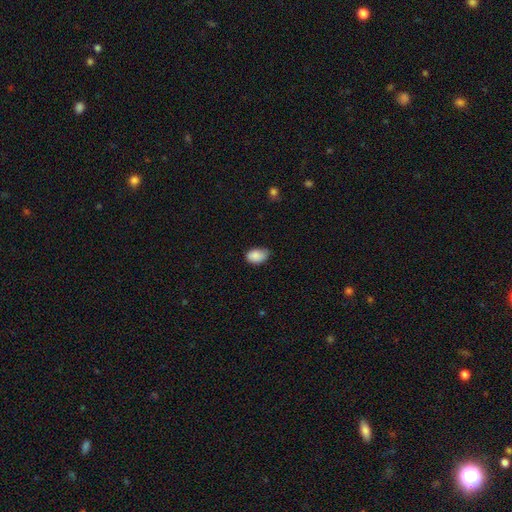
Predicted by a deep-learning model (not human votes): Smooth or featured? Predicted: smooth (p=0.88). How rounded? Predicted: in between (p=0.84). Merging? Predicted: none (p=0.60).